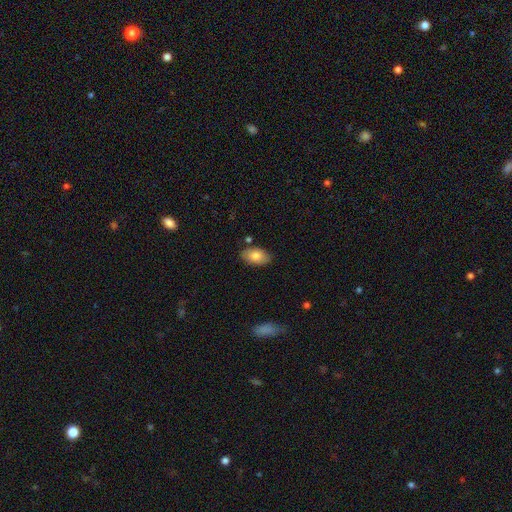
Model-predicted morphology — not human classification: A smooth galaxy with no disk features (82%) that is in between round and cigar-shaped (93%).

Vote fractions:
- Smooth or featured? smooth: 82% / featured or disk: 12% / star or artifact: 7%
- How rounded? in between: 93% / round: 5% / cigar-shaped: 2%
- Merging? none: 81% / minor disturbance: 13% / merger: 4% / major disturbance: 2%